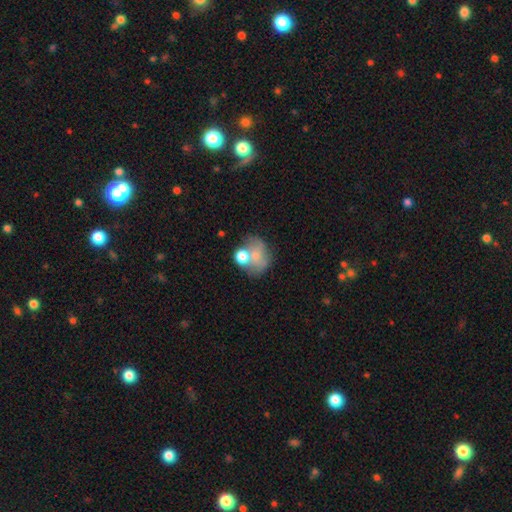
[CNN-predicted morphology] This appears to be a smooth galaxy with no disk features (56%) that is round (54%). Merging: merger (38%).